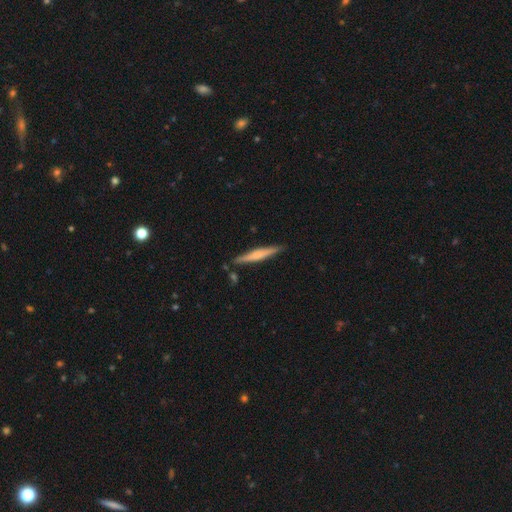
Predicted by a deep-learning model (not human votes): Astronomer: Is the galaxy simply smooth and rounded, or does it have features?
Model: smooth — 48% (runner-up: featured or disk, 47%).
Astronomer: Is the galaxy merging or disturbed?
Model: none — 86%.